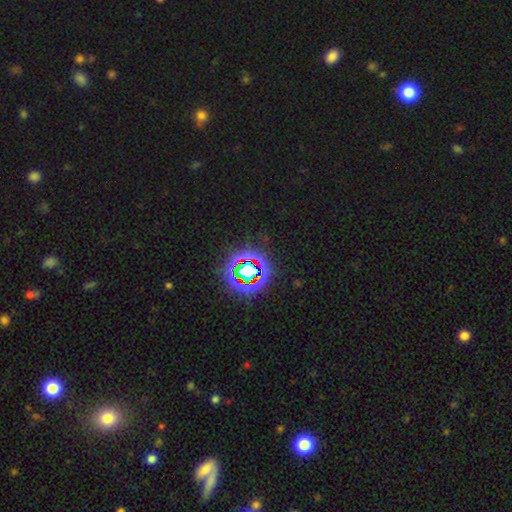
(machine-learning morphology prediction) This is likely a star or artifact rather than a galaxy (78%).